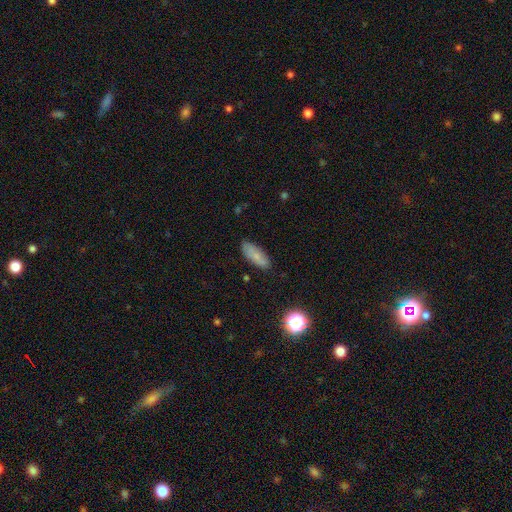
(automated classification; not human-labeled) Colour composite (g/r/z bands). It shows a smooth galaxy with no disk features (74%) that is in between round and cigar-shaped (75%). Merging: none (81%).